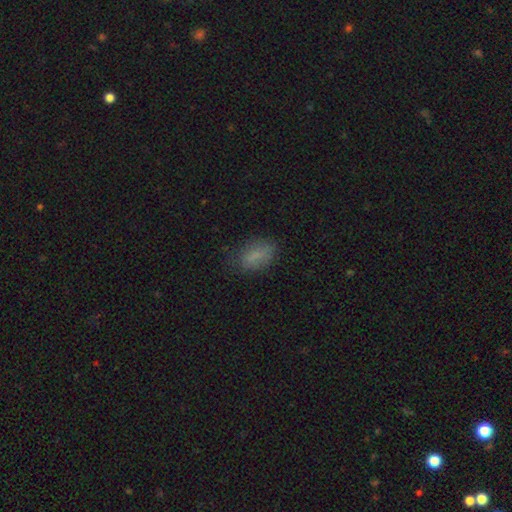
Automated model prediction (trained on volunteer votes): Smooth or featured? smooth (79%)
How rounded? in between (87%)
Merging? none (71%)